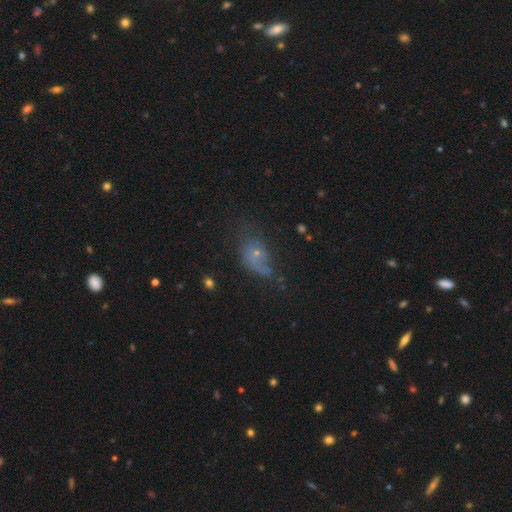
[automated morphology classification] The model was most divided on "merging": none: 36%, major disturbance: 33%, minor disturbance: 27%, merger: 4%. Remaining: smooth or featured — smooth (45%).